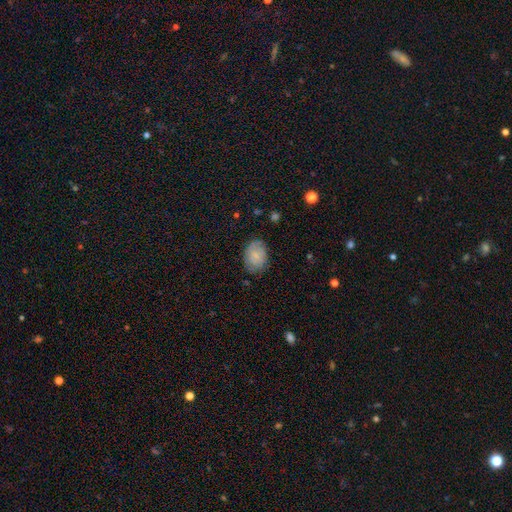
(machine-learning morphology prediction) The model was most divided on "how rounded": in between: 75%, round: 24%, cigar-shaped: 1%. More confident: smooth or featured — smooth (74%); merging — none (74%).